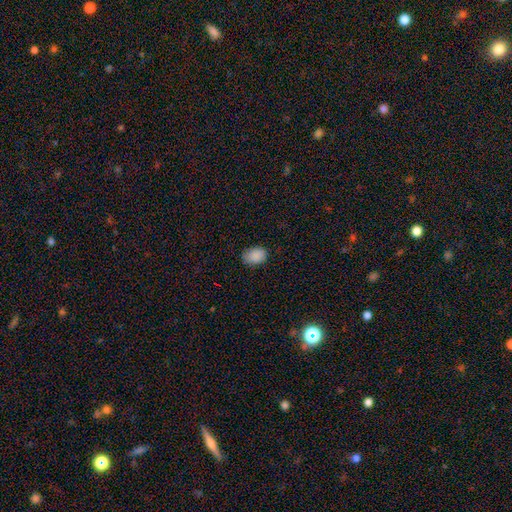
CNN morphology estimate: Smooth or featured? Predicted: smooth (p=0.88). How rounded? Predicted: in between (p=0.79). Merging? Predicted: none (p=0.82).